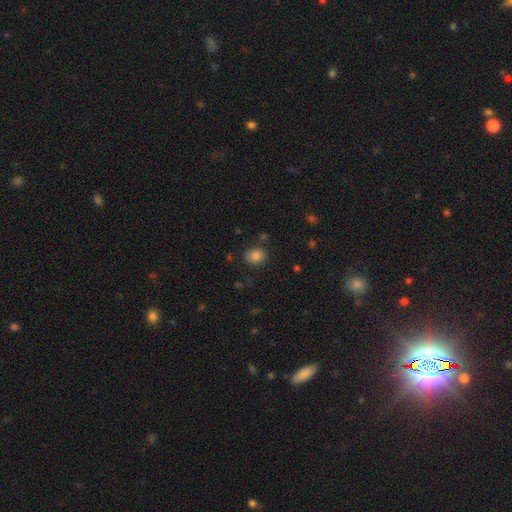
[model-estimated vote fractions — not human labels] Smooth or featured: smooth — 84% (star or artifact — 11%)
How rounded: round — 59% (in between — 40%)
Merging: none — 80% (minor disturbance — 13%)